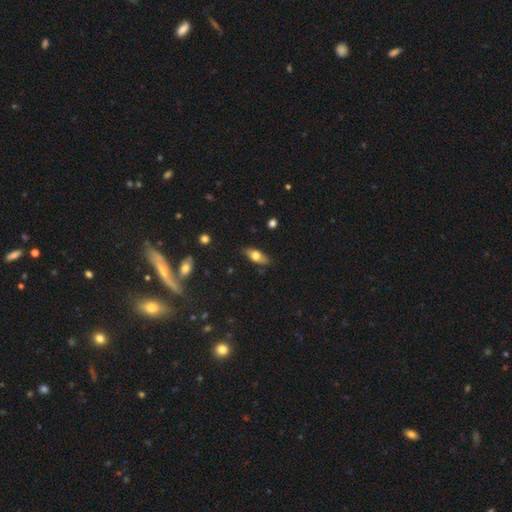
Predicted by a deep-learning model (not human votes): This is likely a smooth galaxy (65%). How rounded: likely in between (78%). Merging: clearly none (82%).